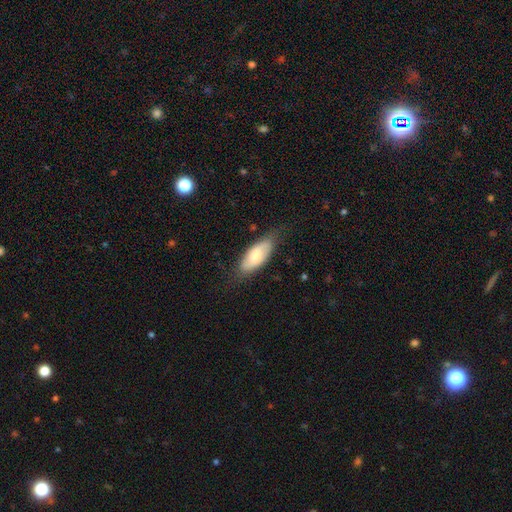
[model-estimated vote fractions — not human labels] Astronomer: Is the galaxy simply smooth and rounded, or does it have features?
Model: smooth — 68%.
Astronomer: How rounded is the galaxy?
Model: in between — 83%.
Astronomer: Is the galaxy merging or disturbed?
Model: none — 69%.